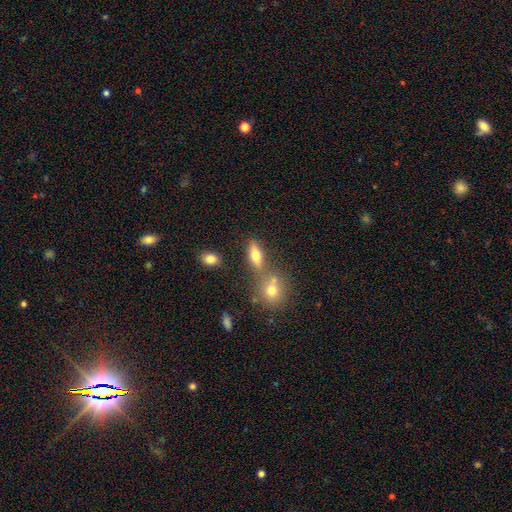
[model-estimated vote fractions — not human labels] Q: Smooth or featured?
A: smooth (71%); runner-up: featured or disk (18%)
Q: How rounded?
A: in between (67%); runner-up: cigar-shaped (25%)
Q: Merging?
A: none (61%); runner-up: merger (22%)